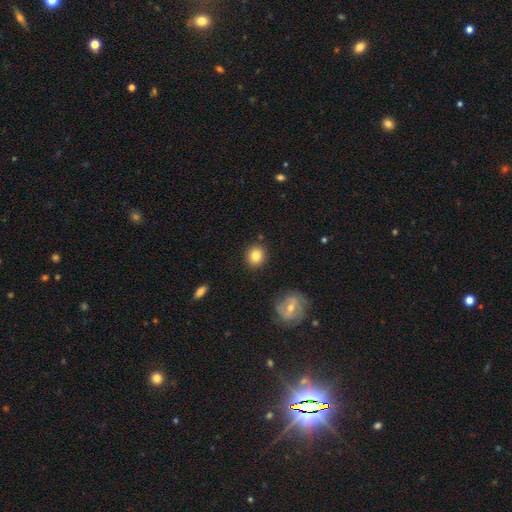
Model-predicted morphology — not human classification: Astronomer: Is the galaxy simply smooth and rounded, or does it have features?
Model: smooth — 83%.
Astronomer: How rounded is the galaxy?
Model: round — 85%.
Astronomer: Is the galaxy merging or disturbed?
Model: none — 88%.